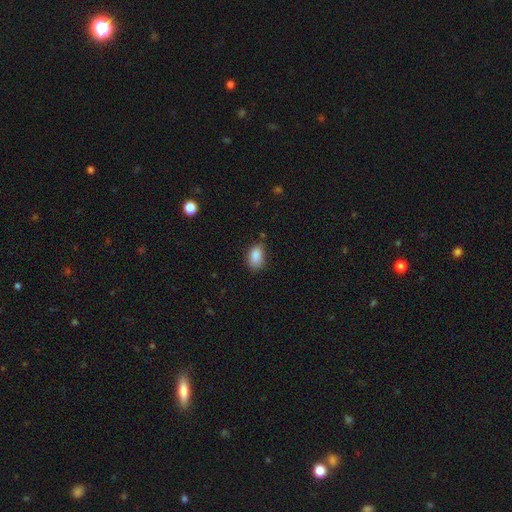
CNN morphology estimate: A smooth galaxy with no disk features (87%) that is in between round and cigar-shaped (86%). Merging: none (70%).